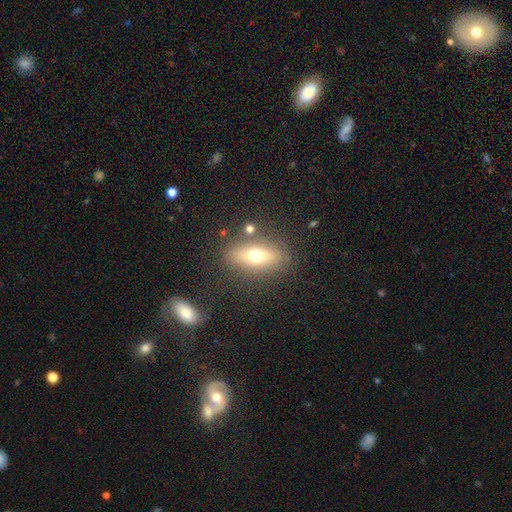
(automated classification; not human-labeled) Q: Smooth or featured?
A: smooth (57%); runner-up: featured or disk (31%)
Q: How rounded?
A: in between (67%); runner-up: cigar-shaped (18%)
Q: Merging?
A: none (80%); runner-up: minor disturbance (11%)